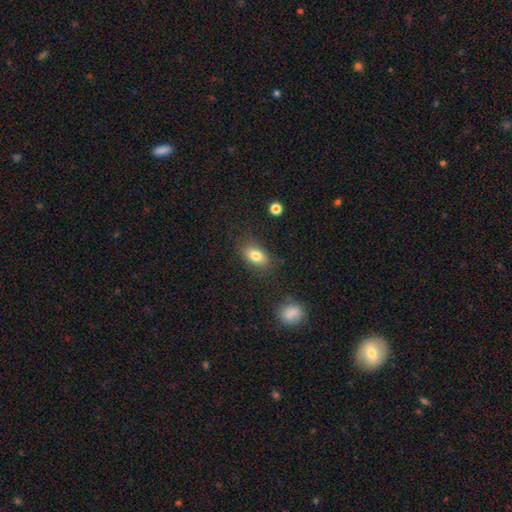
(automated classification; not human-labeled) Smooth or featured?
  - smooth: 81% *
  - featured or disk: 10%
  - star or artifact: 9%
How rounded?
  - in between: 85% *
  - round: 12%
  - cigar-shaped: 3%
Merging?
  - none: 79% *
  - minor disturbance: 15%
  - major disturbance: 5%
  - merger: 2%